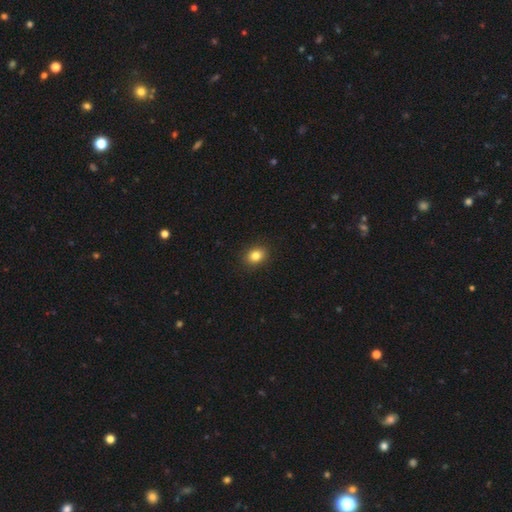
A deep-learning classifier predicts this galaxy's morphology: Smooth or featured?
  - smooth: 84% *
  - star or artifact: 10%
  - featured or disk: 6%
How rounded?
  - in between: 54% *
  - round: 45%
  - cigar-shaped: 1%
Merging?
  - none: 90% *
  - minor disturbance: 7%
  - major disturbance: 2%
  - merger: 1%